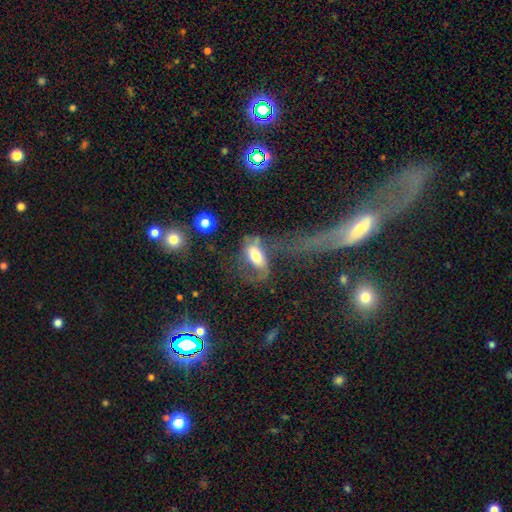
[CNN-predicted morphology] A smooth galaxy with no disk features (51%) that is in between round and cigar-shaped (84%).

Vote fractions:
- Smooth or featured? smooth: 51% / featured or disk: 41% / star or artifact: 8%
- How rounded? in between: 84% / cigar-shaped: 10% / round: 6%
- Merging? major disturbance: 48% / none: 26% / minor disturbance: 18% / merger: 8%